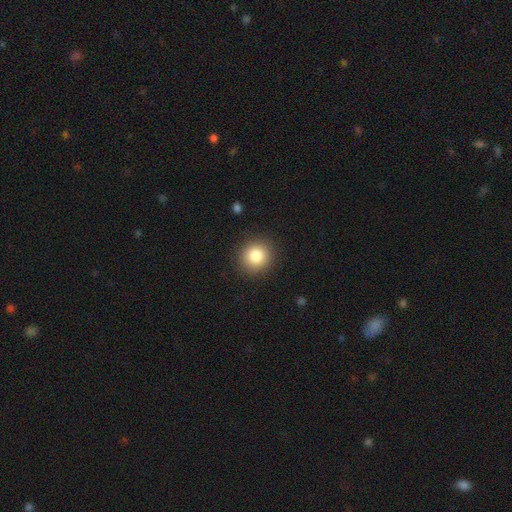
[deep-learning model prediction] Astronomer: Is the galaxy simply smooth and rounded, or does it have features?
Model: smooth — 85%.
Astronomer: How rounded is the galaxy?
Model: round — 91%.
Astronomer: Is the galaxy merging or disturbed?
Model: none — 90%.